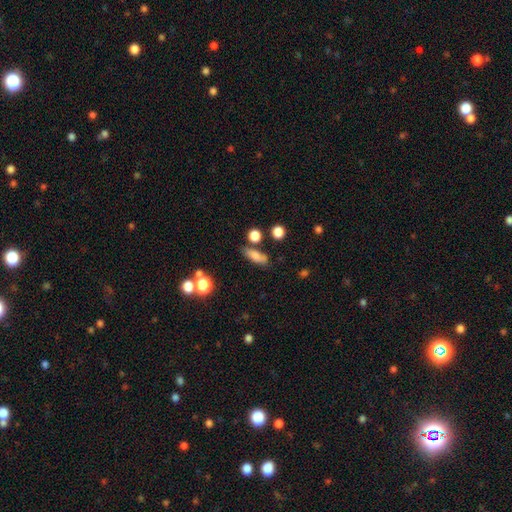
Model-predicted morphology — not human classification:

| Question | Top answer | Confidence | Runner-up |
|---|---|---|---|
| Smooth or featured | smooth | 78% | featured or disk (12%) |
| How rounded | in between | 57% | cigar-shaped (35%) |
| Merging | none | 69% | minor disturbance (16%) |